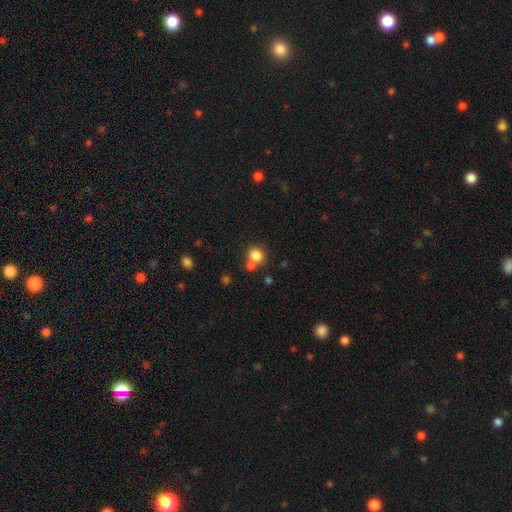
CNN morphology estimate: The model was most divided on "merging": none: 55%, merger: 30%, minor disturbance: 10%, major disturbance: 4%. More confident: smooth or featured — smooth (82%); how rounded — round (80%).